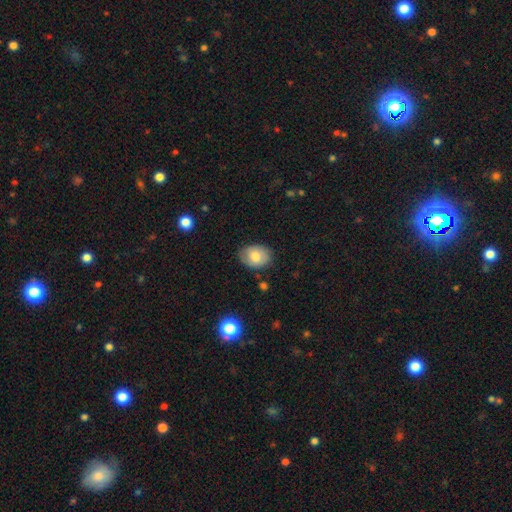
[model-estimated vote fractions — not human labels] Smooth or featured? Predicted: smooth (p=0.72). How rounded? Predicted: in between (p=0.67). Merging? Predicted: none (p=0.78).